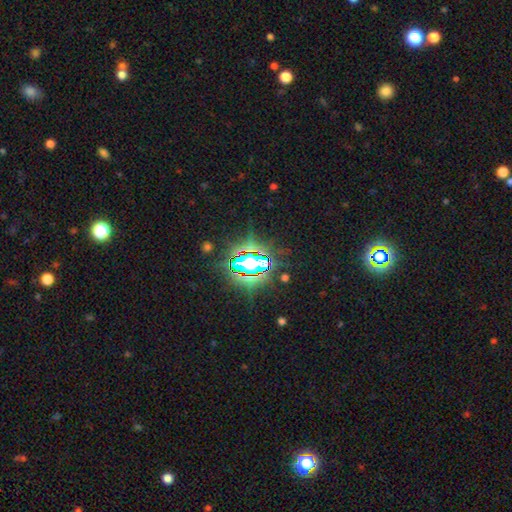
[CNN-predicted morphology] Smooth or featured? Predicted: star or artifact (p=0.78).